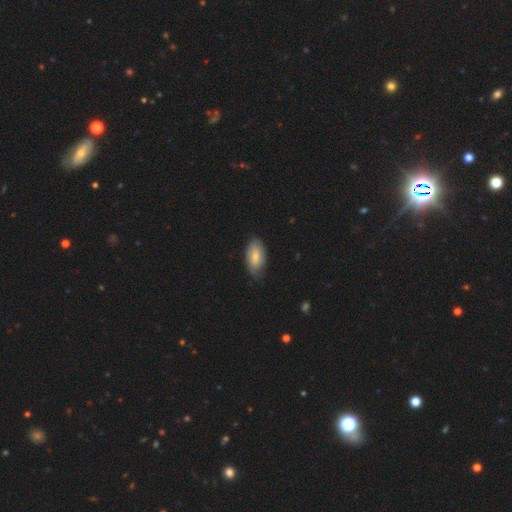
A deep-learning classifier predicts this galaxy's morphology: This appears to be a smooth galaxy with no disk features (76%) that is in between round and cigar-shaped (92%). Merging: none (73%).